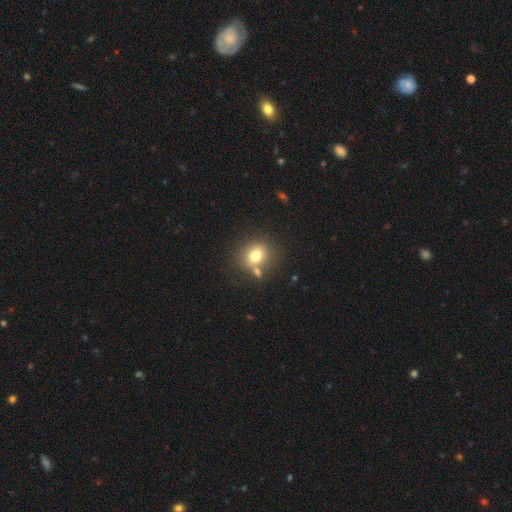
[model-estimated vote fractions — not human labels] Q: Smooth or featured?
A: smooth (75%); runner-up: featured or disk (13%)
Q: How rounded?
A: round (66%); runner-up: in between (33%)
Q: Merging?
A: none (66%); runner-up: merger (17%)